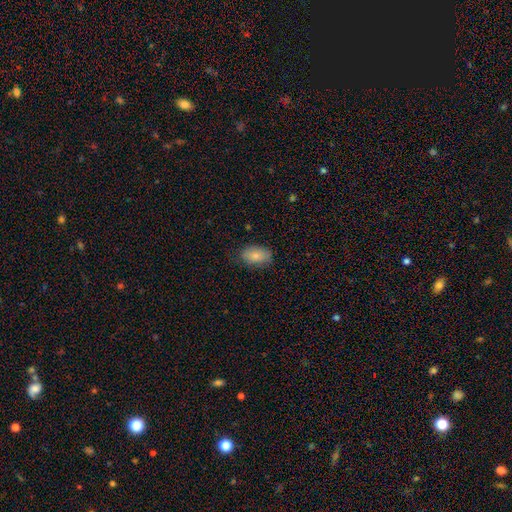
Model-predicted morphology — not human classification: type=smooth (83%); roundness=in between (92%); merging=none (77%).